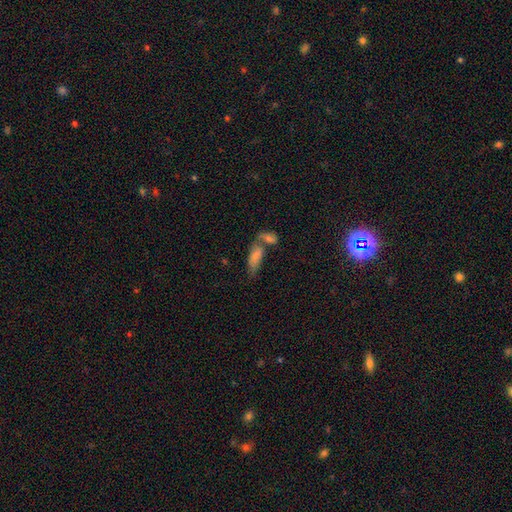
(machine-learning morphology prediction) smooth 73%, featured or disk 18%, star or artifact 9%. Down the decision tree: how rounded — in between (73%); merging — merger (55%).